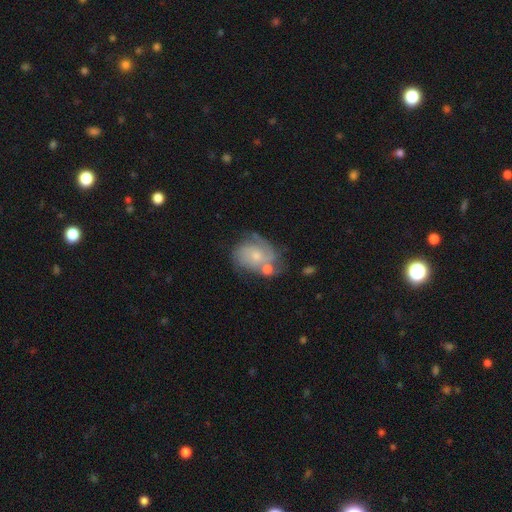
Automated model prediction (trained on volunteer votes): Smooth or featured? featured or disk (67%)
Edge-on disk? no (97%)
Bar? no (75%)
Spiral arms? yes (86%)
Spiral winding? tight (48%)
Spiral arm count? 2 (43%)
Bulge size? small (58%)
Merging? none (45%)